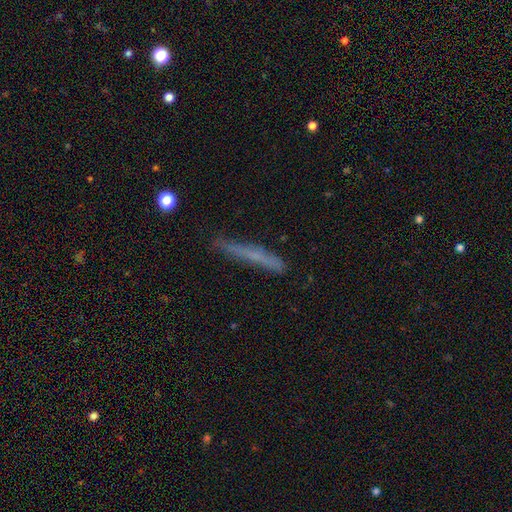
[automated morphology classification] Q: Smooth or featured?
A: smooth (53%); runner-up: featured or disk (37%)
Q: How rounded?
A: cigar-shaped (96%); runner-up: in between (3%)
Q: Merging?
A: none (82%); runner-up: minor disturbance (13%)